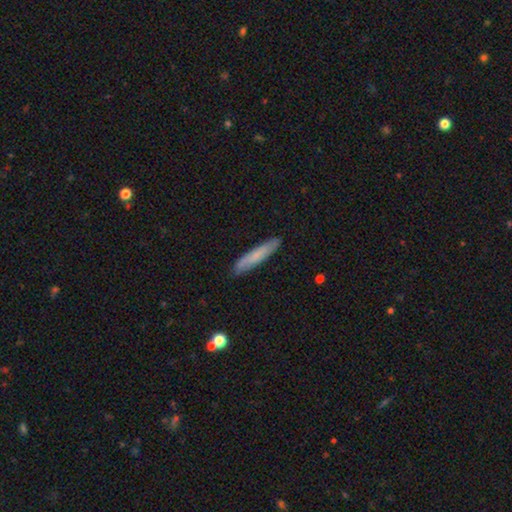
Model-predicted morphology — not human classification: Smooth or featured: smooth — 71% (featured or disk — 23%)
How rounded: cigar-shaped — 92% (in between — 7%)
Merging: none — 88% (minor disturbance — 10%)